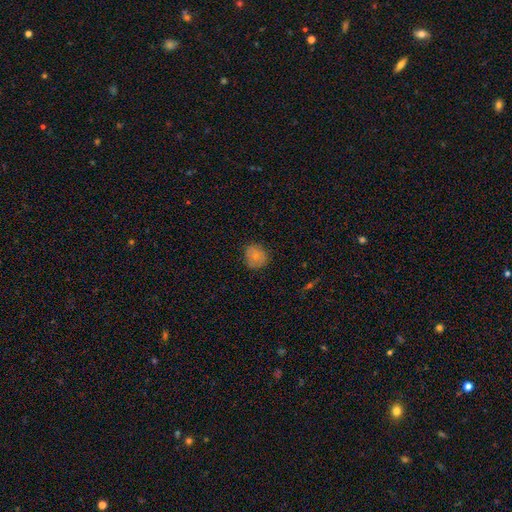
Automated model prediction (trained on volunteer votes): This is likely a smooth galaxy (75%). How rounded: clearly round (87%). Merging: clearly none (80%).